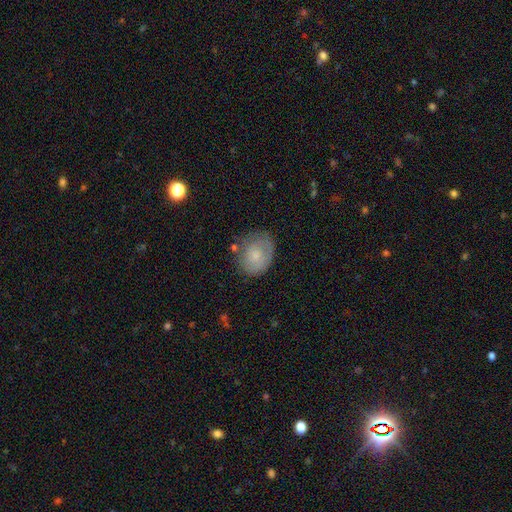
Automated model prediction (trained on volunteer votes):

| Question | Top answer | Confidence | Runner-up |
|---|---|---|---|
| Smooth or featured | smooth | 64% | featured or disk (28%) |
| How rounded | round | 53% | in between (46%) |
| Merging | none | 64% | minor disturbance (24%) |